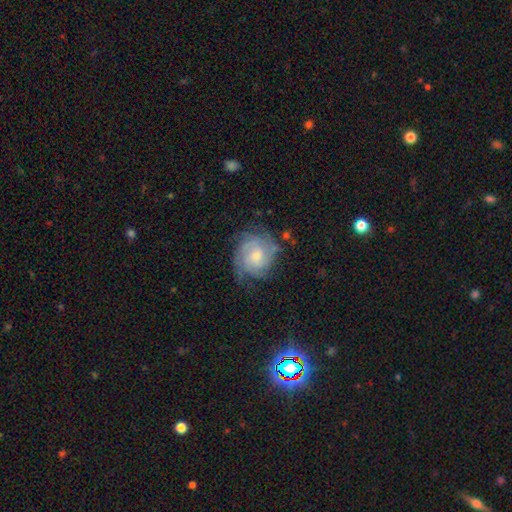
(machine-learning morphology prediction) Smooth or featured? Predicted: featured or disk (p=0.72). Edge-on disk? Predicted: no (p=0.98). Bar? Predicted: no (p=0.61). Spiral arms? Predicted: yes (p=0.91). Spiral winding? Predicted: tight (p=0.58). Spiral arm count? Predicted: can't tell (p=0.37). Bulge size? Predicted: moderate (p=0.49). Merging? Predicted: none (p=0.65).